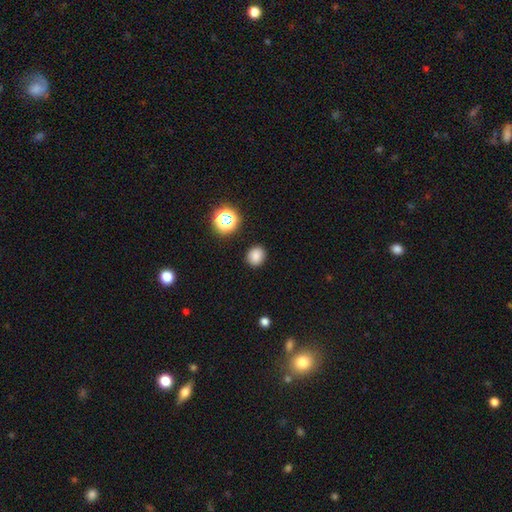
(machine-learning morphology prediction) This appears to be a smooth galaxy with no disk features (81%) that is round (74%). Merging: none (89%).